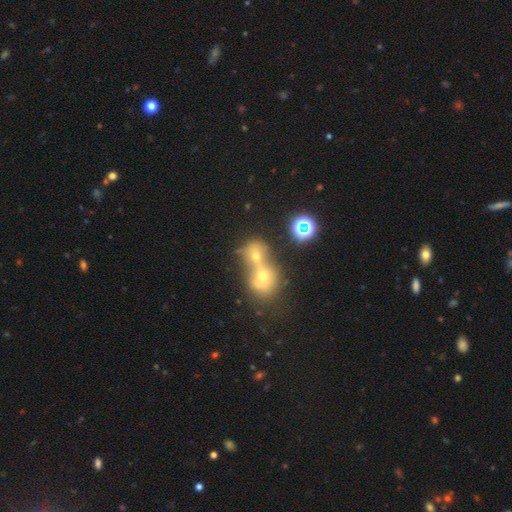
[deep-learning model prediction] The model was most divided on "smooth or featured": smooth: 53%, star or artifact: 25%, featured or disk: 22%. More confident: merging — merger (73%); how rounded — round (66%).